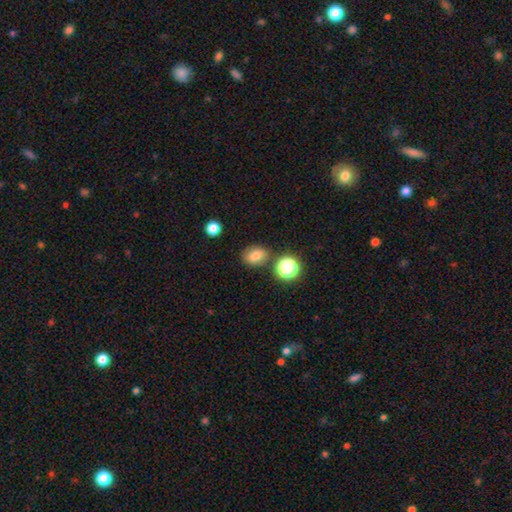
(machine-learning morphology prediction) Overall: smooth (78%). How rounded: in between (60%; round 39%). Merging: none (77%).